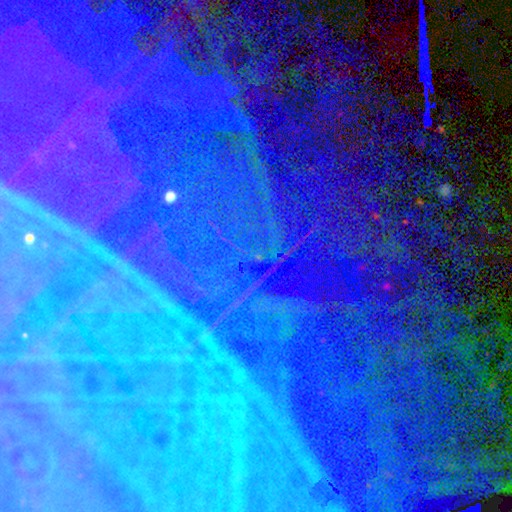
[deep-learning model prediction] smooth-or-featured: star or artifact: 78% | featured or disk: 13% | smooth: 9%